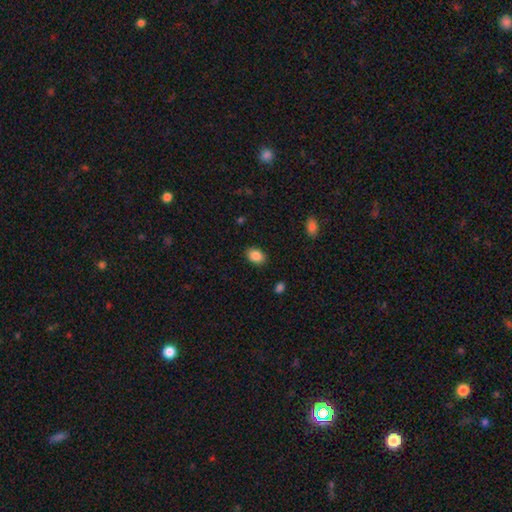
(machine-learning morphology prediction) type=smooth (87%); roundness=in between (79%); merging=none (88%).